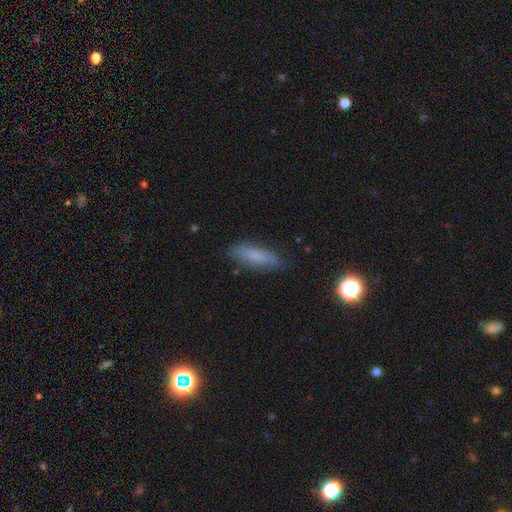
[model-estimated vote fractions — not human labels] Smooth or featured?
  - smooth: 71% *
  - featured or disk: 19%
  - star or artifact: 10%
How rounded?
  - cigar-shaped: 50% *
  - in between: 48%
  - round: 2%
Merging?
  - none: 78% *
  - minor disturbance: 16%
  - major disturbance: 4%
  - merger: 2%